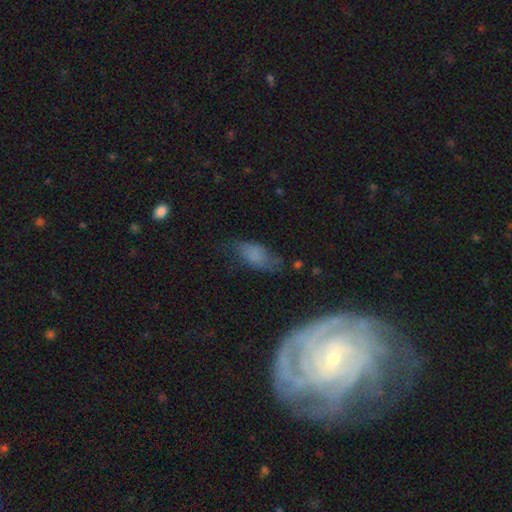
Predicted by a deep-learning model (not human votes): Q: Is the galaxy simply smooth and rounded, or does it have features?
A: smooth — 69%.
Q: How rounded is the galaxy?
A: in between — 86%.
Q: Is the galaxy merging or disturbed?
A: none — 50%.